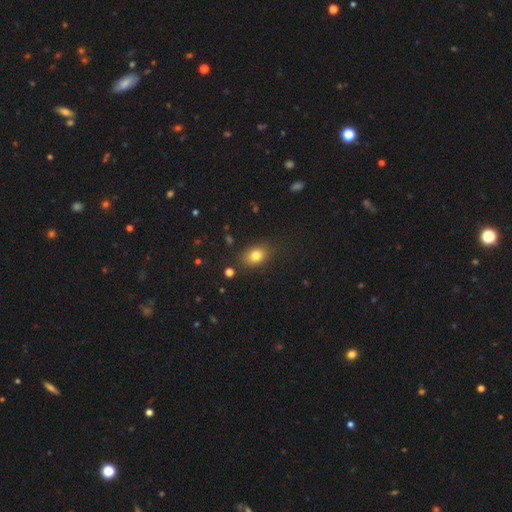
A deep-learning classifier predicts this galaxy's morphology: Smooth or featured? smooth (80%)
How rounded? in between (71%)
Merging? none (82%)